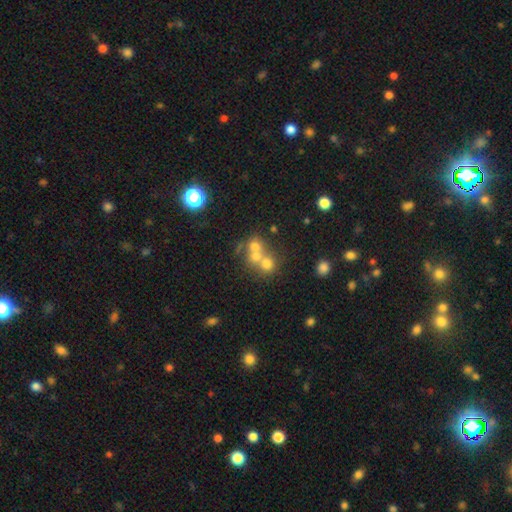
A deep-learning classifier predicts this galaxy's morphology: Smooth or featured? smooth (60%)
How rounded? round (79%)
Merging? merger (57%)